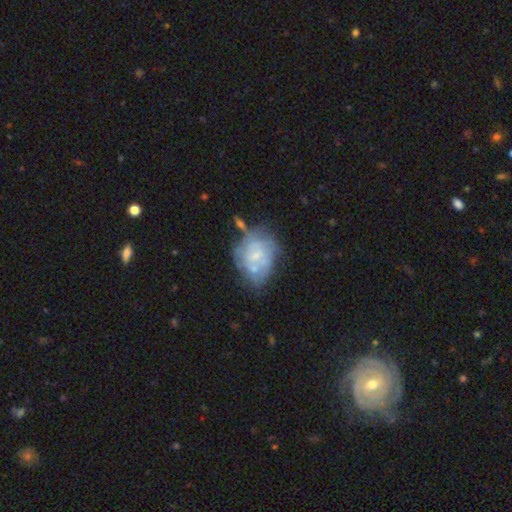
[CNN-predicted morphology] Q: Smooth or featured?
A: featured or disk (59%); runner-up: smooth (31%)
Q: Edge-on disk?
A: no (97%); runner-up: yes (3%)
Q: Bar?
A: no (73%); runner-up: weak (23%)
Q: Spiral arms?
A: yes (50%); tied with: no (50%)
Q: Bulge size?
A: small (63%); runner-up: moderate (24%)
Q: Merging?
A: none (43%); runner-up: minor disturbance (26%)